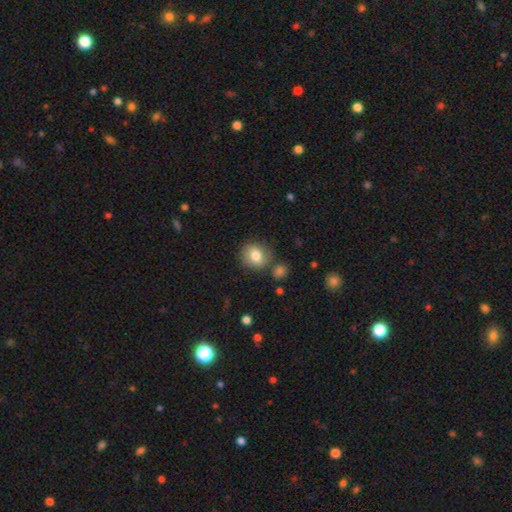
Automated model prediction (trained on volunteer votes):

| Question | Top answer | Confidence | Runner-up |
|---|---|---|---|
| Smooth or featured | smooth | 79% | featured or disk (12%) |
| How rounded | round | 80% | in between (19%) |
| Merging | none | 75% | minor disturbance (13%) |